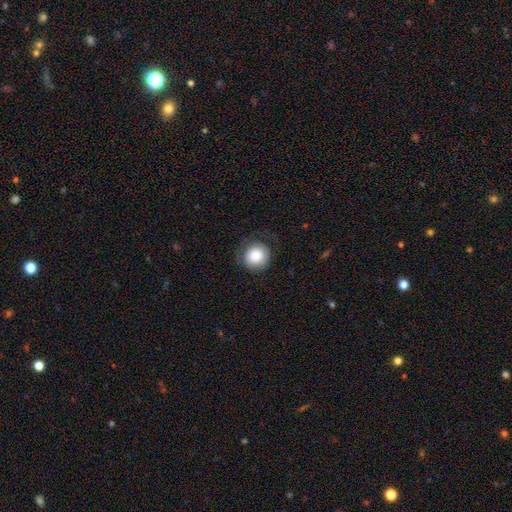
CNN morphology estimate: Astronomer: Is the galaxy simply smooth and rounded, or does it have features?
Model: smooth — 83%.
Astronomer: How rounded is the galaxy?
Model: round — 93%.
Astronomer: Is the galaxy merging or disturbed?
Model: none — 75%.